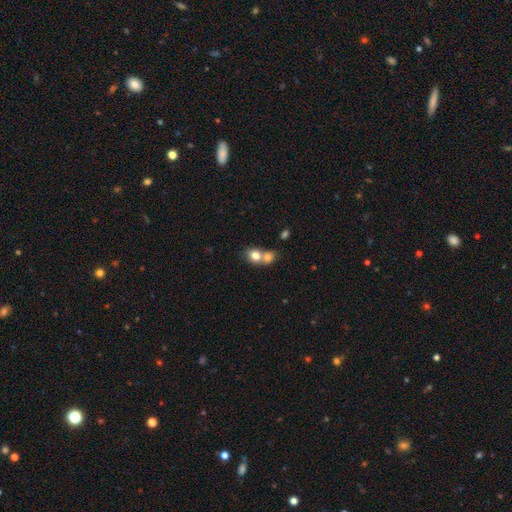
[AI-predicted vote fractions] This is likely a smooth galaxy (77%). How rounded: possibly round (57%). Merging: likely merger (65%).